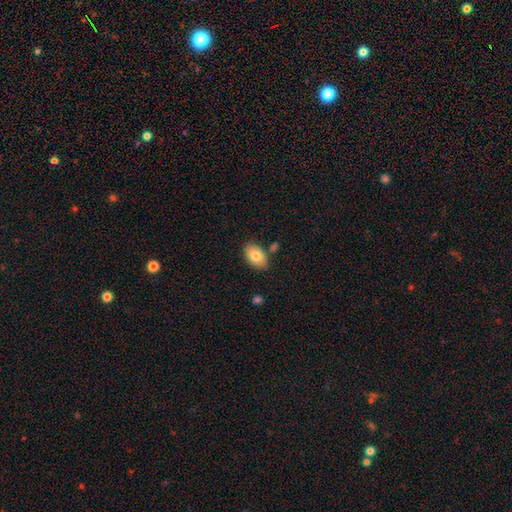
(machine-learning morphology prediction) Smooth or featured: smooth — 82% (featured or disk — 11%)
How rounded: in between — 90% (round — 9%)
Merging: none — 80% (minor disturbance — 12%)